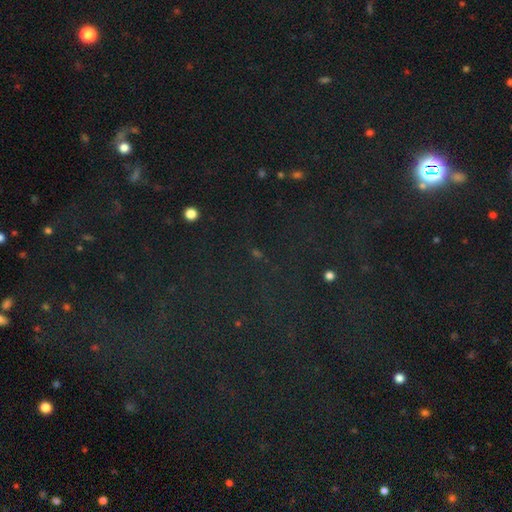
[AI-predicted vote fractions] Smooth or featured? star or artifact (78%)